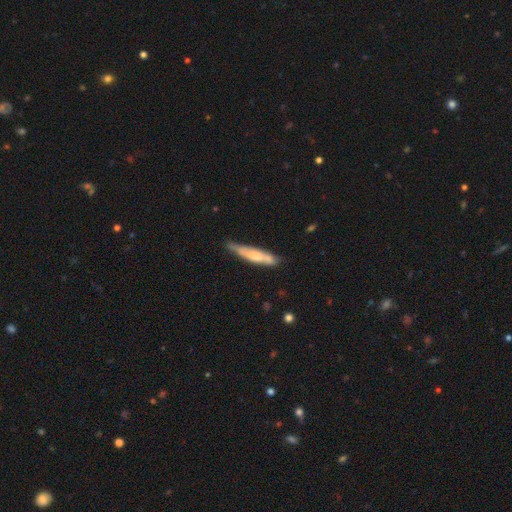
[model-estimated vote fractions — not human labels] Smooth or featured? Predicted: smooth (p=0.57). How rounded? Predicted: cigar-shaped (p=0.88). Merging? Predicted: none (p=0.59).